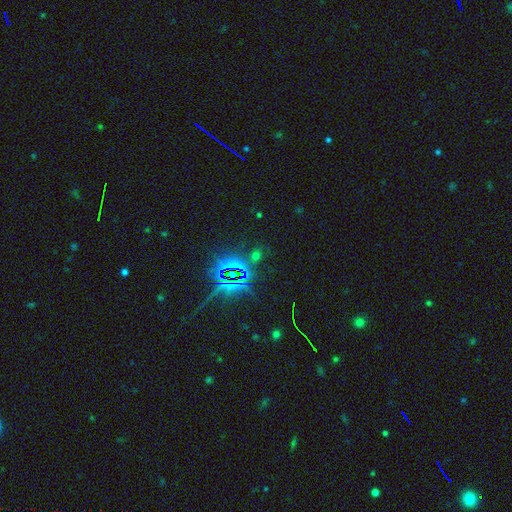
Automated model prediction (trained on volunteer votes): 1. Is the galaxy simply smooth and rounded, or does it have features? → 59% star or artifact, 24% featured or disk, 17% smooth.